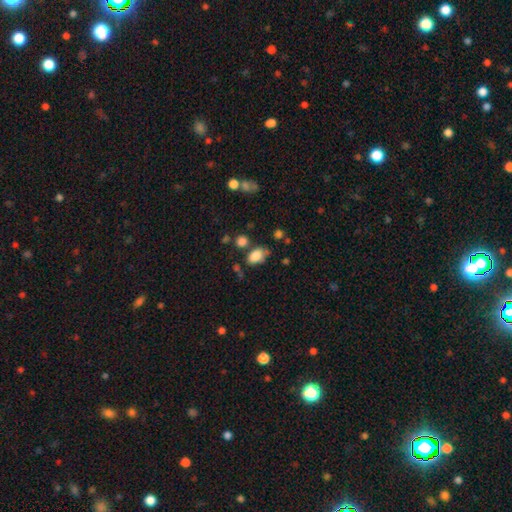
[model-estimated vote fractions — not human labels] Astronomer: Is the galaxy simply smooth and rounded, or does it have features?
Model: smooth — 83%.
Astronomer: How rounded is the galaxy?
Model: in between — 84%.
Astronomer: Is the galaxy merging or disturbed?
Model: none — 60%.